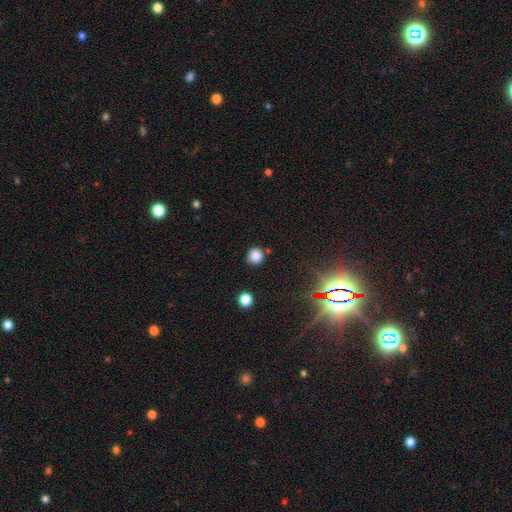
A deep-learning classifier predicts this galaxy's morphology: Smooth or featured? Predicted: smooth (p=0.82). How rounded? Predicted: round (p=0.89). Merging? Predicted: none (p=0.78).